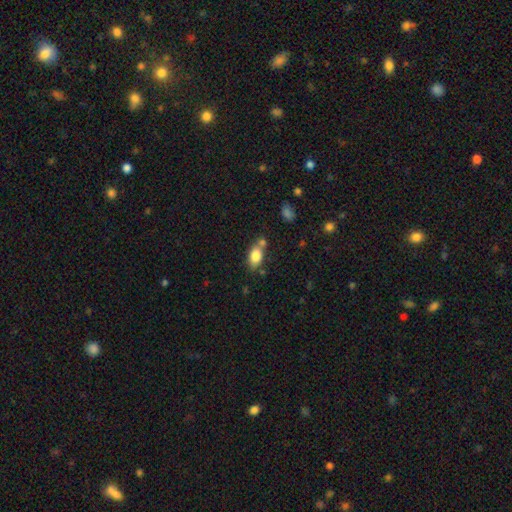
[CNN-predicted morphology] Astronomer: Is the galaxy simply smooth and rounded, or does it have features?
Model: smooth — 82%.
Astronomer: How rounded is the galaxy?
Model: in between — 86%.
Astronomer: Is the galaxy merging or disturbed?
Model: none — 59%.